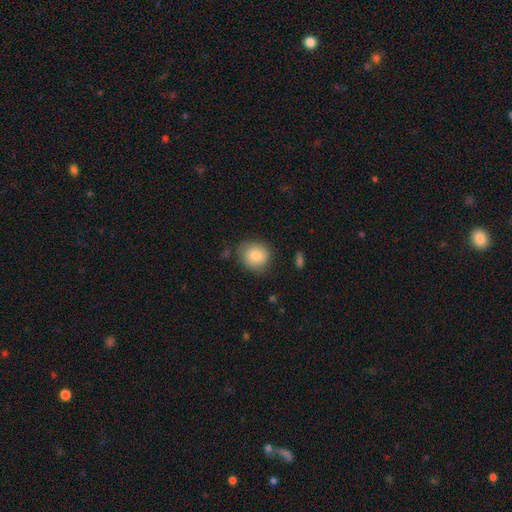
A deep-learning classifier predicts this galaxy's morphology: smooth-or-featured: smooth: 82% | featured or disk: 11% | star or artifact: 8%
  how-rounded: round: 82% | in between: 17% | cigar-shaped: 1%
  merging: none: 74% | minor disturbance: 19% | major disturbance: 5% | merger: 2%